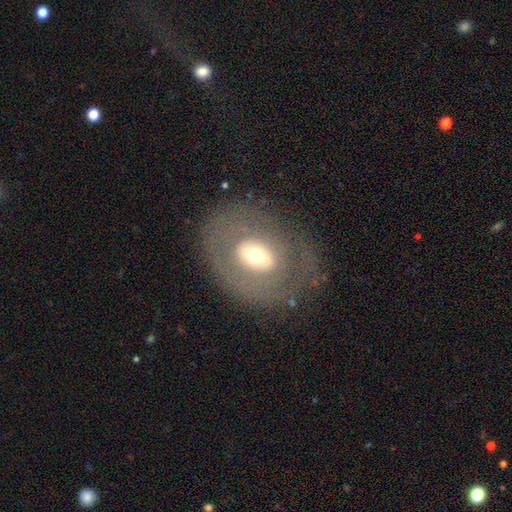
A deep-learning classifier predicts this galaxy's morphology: This is possibly a featured or disk galaxy (51%). It is clearly not viewed edge-on (91%). Merging: likely none (74%).